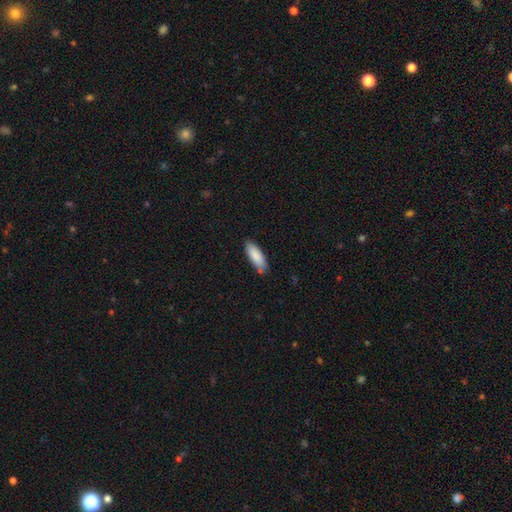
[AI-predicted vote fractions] This appears to be a smooth galaxy with no disk features (88%) that is in between round and cigar-shaped (68%). Merging: none (79%).